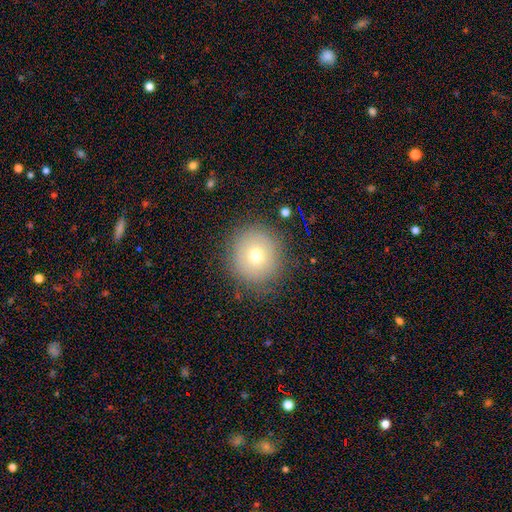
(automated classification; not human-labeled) A smooth galaxy with no disk features (70%) that is round (91%).

Vote fractions:
- Smooth or featured? smooth: 70% / featured or disk: 17% / star or artifact: 13%
- How rounded? round: 91% / in between: 8% / cigar-shaped: 1%
- Merging? none: 84% / minor disturbance: 10% / major disturbance: 4% / merger: 1%